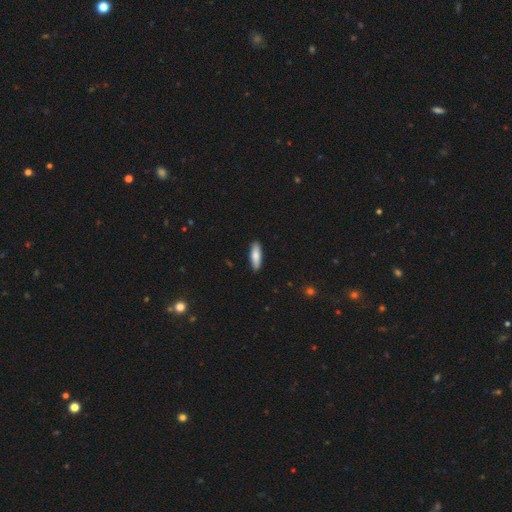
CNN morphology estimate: This appears to be a smooth galaxy with no disk features (81%) that is cigar-shaped (50%). Merging: none (89%).